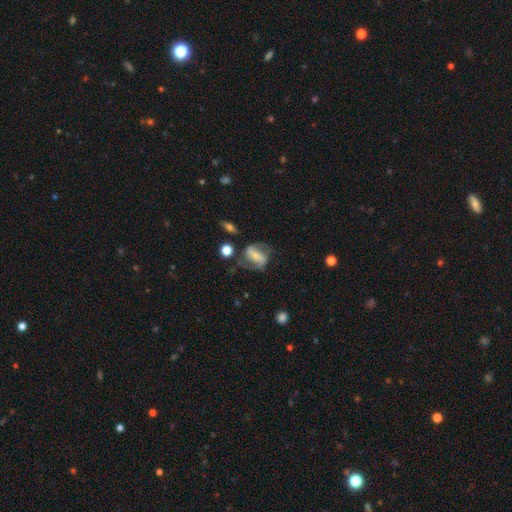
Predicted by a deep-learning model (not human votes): A featured or disk galaxy (68%) with a strong bar (56%), 2 (85%) medium (43%) spiral arms (84%) and a small central bulge (53%). Merging: none (59%).